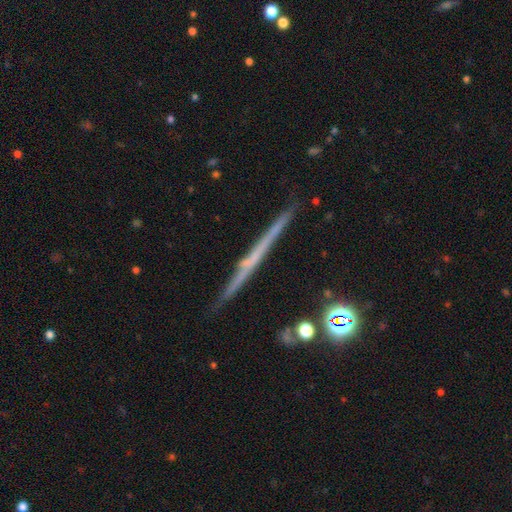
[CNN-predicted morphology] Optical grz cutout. It shows a featured or disk galaxy (66%) viewed edge-on (98%) with no central bulge (84%). Merging: none (90%).